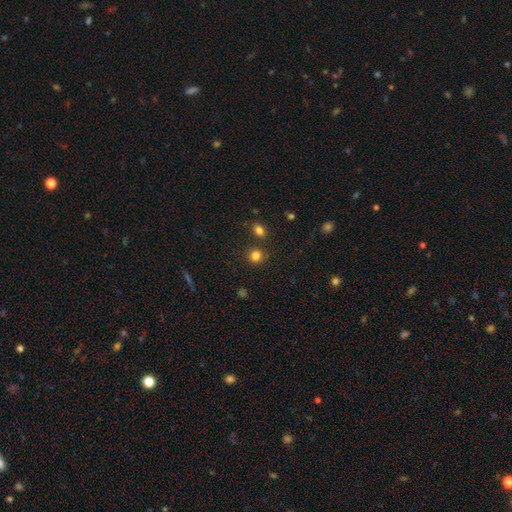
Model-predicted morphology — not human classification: The model was most divided on "smooth or featured": smooth: 81%, star or artifact: 14%, featured or disk: 5%. More confident: how rounded — round (88%); merging — none (82%).